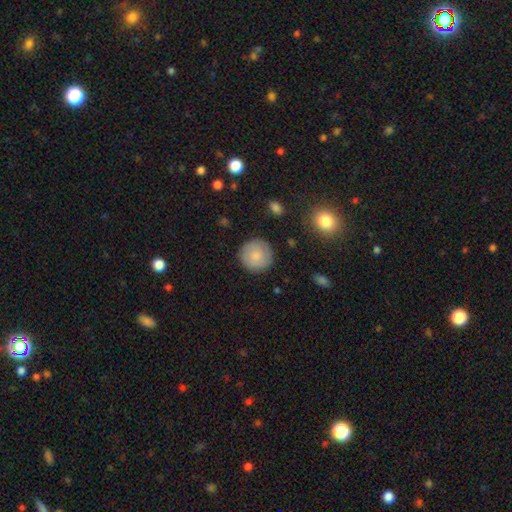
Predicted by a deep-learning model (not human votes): Smooth or featured: smooth — 77% (featured or disk — 16%)
How rounded: round — 95% (in between — 4%)
Merging: none — 86% (minor disturbance — 10%)